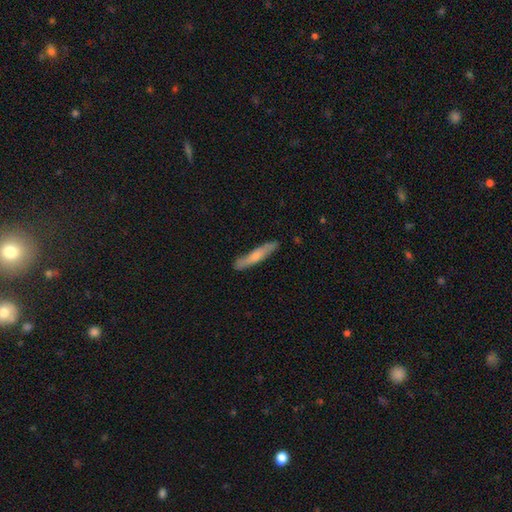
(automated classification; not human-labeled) A smooth galaxy with no disk features (56%) that is cigar-shaped (91%). Merging: none (84%).